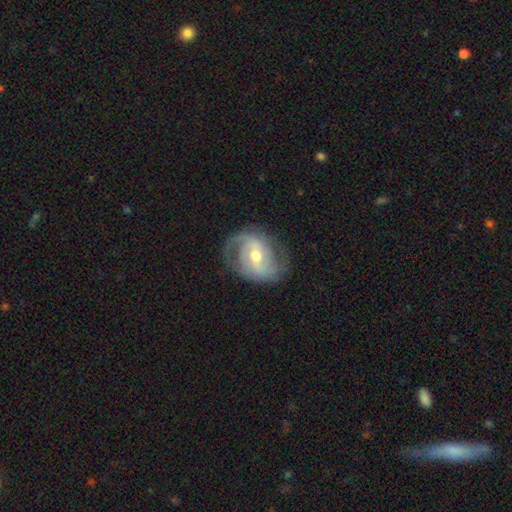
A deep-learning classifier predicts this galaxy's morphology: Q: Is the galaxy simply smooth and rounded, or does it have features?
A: featured or disk — 85%.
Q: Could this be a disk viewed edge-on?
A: no — 97%.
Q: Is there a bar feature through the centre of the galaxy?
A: weak — 48%.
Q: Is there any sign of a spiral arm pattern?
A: yes — 94%.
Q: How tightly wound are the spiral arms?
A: medium — 47%.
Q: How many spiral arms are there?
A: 2 — 73%.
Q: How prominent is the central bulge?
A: moderate — 65%.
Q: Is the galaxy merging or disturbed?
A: none — 75%.